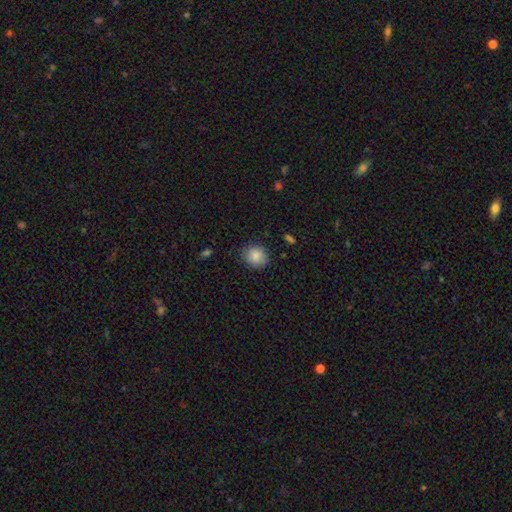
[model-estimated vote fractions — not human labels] smooth-or-featured: smooth: 86% | star or artifact: 8% | featured or disk: 5%
  how-rounded: round: 79% | in between: 20% | cigar-shaped: 1%
  merging: none: 85% | minor disturbance: 11% | major disturbance: 3% | merger: 1%